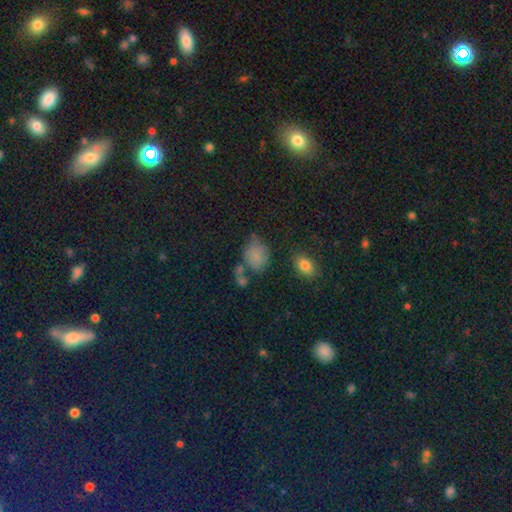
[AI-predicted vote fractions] This appears to be a smooth galaxy with no disk features (74%) that is in between round and cigar-shaped (57%). Merging: none (54%).